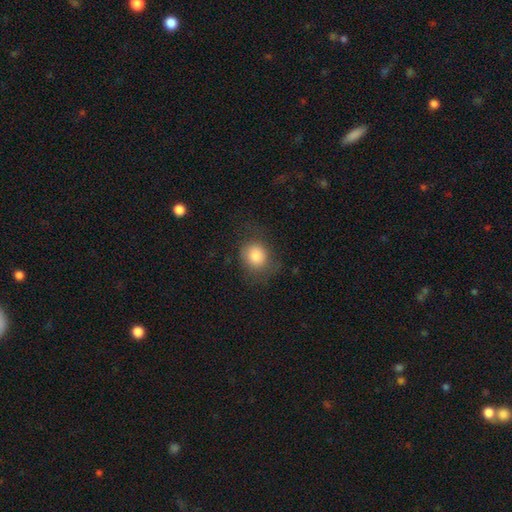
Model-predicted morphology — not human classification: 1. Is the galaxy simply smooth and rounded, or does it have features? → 82% smooth, 9% star or artifact, 9% featured or disk.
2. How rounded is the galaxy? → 76% round, 23% in between, 1% cigar-shaped.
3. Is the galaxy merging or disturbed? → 67% none, 20% minor disturbance, 11% major disturbance, 1% merger.